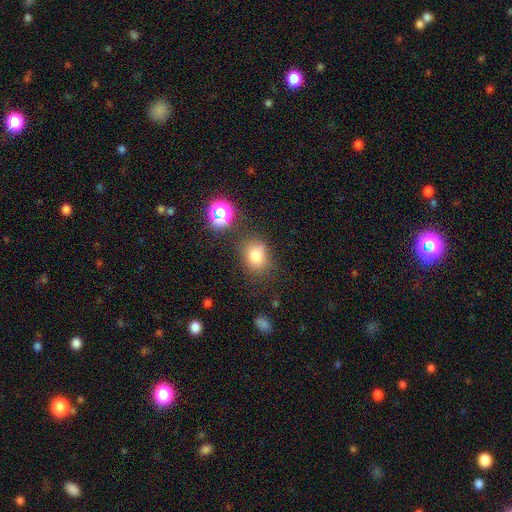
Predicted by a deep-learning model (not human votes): This is likely a smooth galaxy (76%). How rounded: possibly round (53%). Merging: likely none (67%).